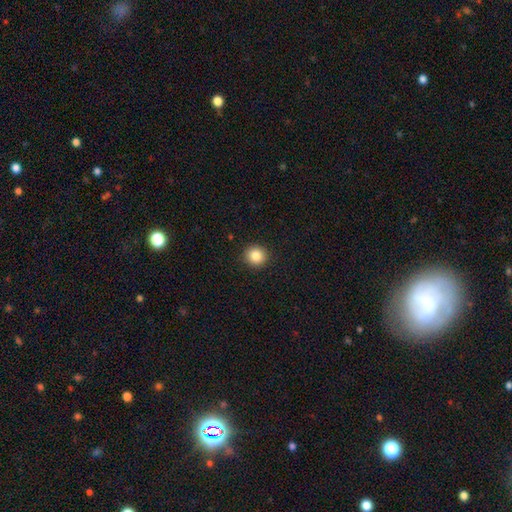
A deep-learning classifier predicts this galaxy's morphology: A smooth galaxy with no disk features (85%) that is round (93%).

Vote fractions:
- Smooth or featured? smooth: 85% / star or artifact: 10% / featured or disk: 5%
- How rounded? round: 93% / in between: 6% / cigar-shaped: 1%
- Merging? none: 92% / minor disturbance: 5% / major disturbance: 2% / merger: 1%